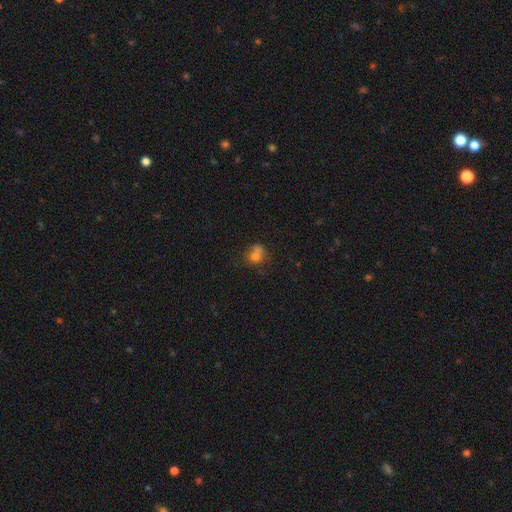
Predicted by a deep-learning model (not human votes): smooth 70%, featured or disk 16%, star or artifact 14%. Down the decision tree: how rounded — round (67%); merging — none (38%).